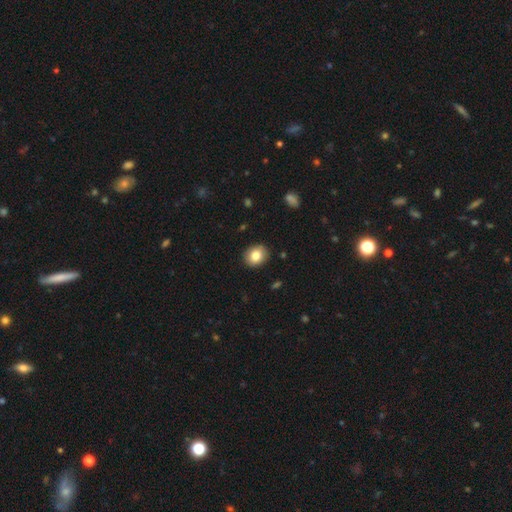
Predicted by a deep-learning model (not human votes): Smooth or featured?
  - smooth: 83% *
  - featured or disk: 9%
  - star or artifact: 8%
How rounded?
  - round: 58% *
  - in between: 41%
  - cigar-shaped: 1%
Merging?
  - none: 89% *
  - minor disturbance: 8%
  - major disturbance: 2%
  - merger: 1%